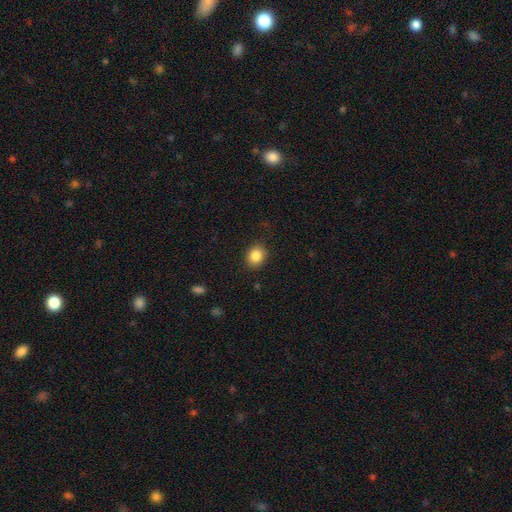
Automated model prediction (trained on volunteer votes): Smooth or featured? smooth (86%)
How rounded? round (59%)
Merging? none (87%)